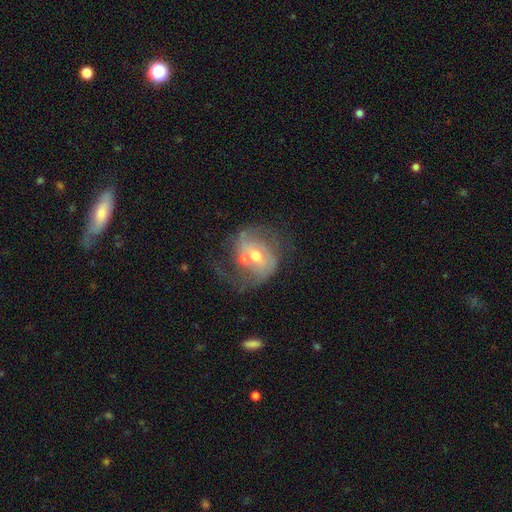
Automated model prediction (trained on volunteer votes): smooth_or_featured: featured or disk (p=0.80) [alt: smooth p=0.13]
disk_edge_on: no (p=0.97) [alt: yes p=0.03]
bar: weak (p=0.45) [alt: no p=0.38]
has_spiral_arms: yes (p=0.89) [alt: no p=0.11]
spiral_winding: medium (p=0.45) [alt: loose p=0.36]
spiral_arm_count: 2 (p=0.75) [alt: can't tell p=0.11]
bulge_size: moderate (p=0.60) [alt: small p=0.35]
merging: none (p=0.46) [alt: major disturbance p=0.21]